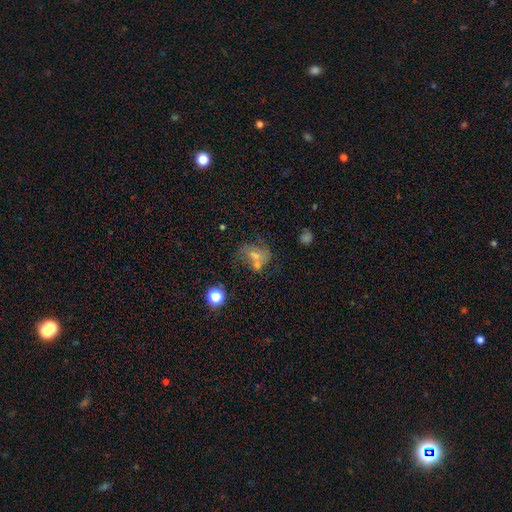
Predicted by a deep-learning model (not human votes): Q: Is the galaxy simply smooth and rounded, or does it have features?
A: smooth — 45%.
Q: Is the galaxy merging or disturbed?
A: none — 33%.